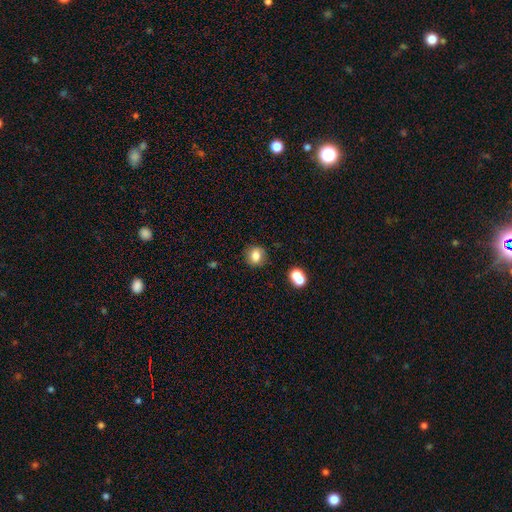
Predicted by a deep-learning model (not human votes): smooth_or_featured: smooth (p=0.80) [alt: star or artifact p=0.10]
how_rounded: round (p=0.73) [alt: in between p=0.26]
merging: none (p=0.84) [alt: minor disturbance p=0.10]